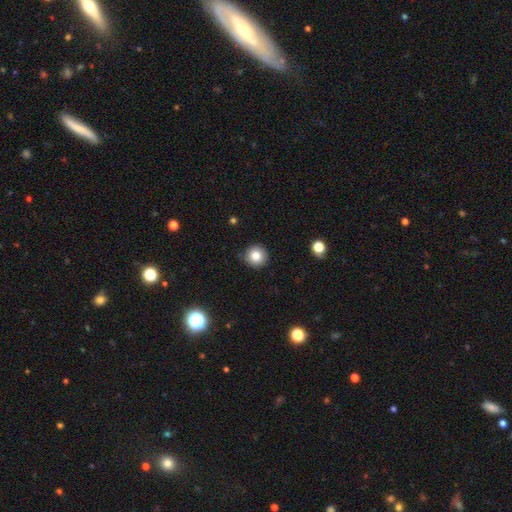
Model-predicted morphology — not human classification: The model was most divided on "smooth or featured": smooth: 82%, star or artifact: 11%, featured or disk: 7%. More confident: how rounded — round (94%); merging — none (88%).